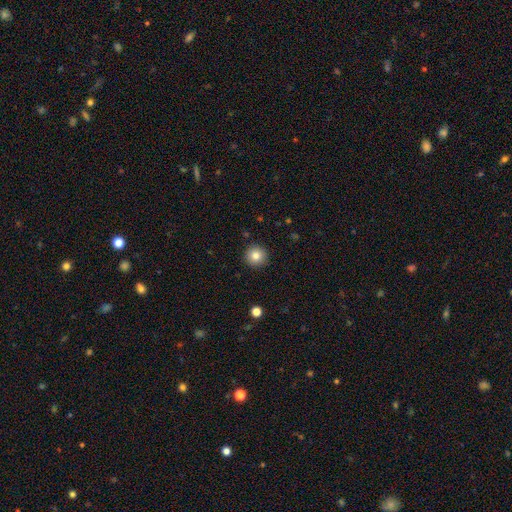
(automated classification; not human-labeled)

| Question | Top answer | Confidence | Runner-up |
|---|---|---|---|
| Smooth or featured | smooth | 82% | star or artifact (10%) |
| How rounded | round | 95% | in between (4%) |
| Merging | none | 92% | minor disturbance (5%) |